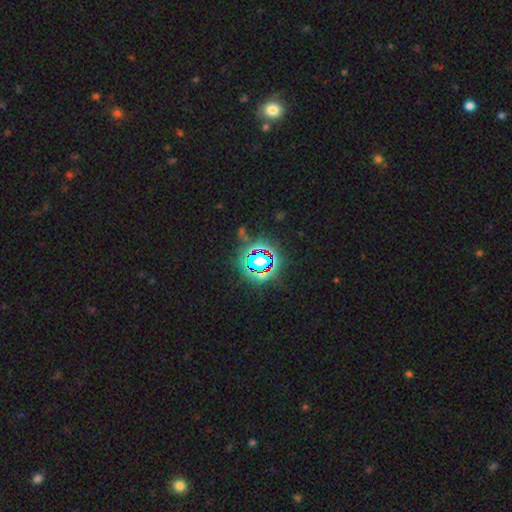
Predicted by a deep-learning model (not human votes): Morphology: type=star or artifact (80%).